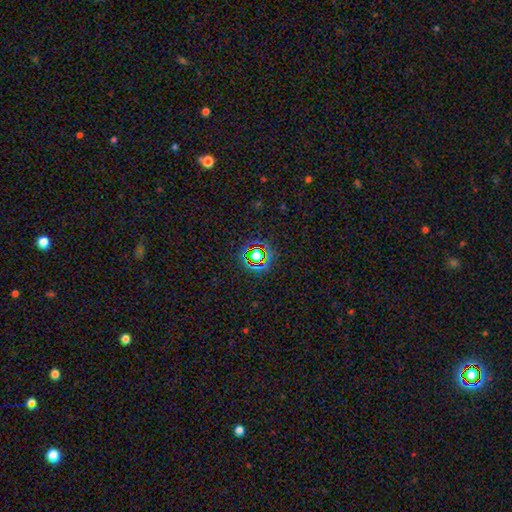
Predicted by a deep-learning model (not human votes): smooth-or-featured: star or artifact: 67% | smooth: 21% | featured or disk: 12%